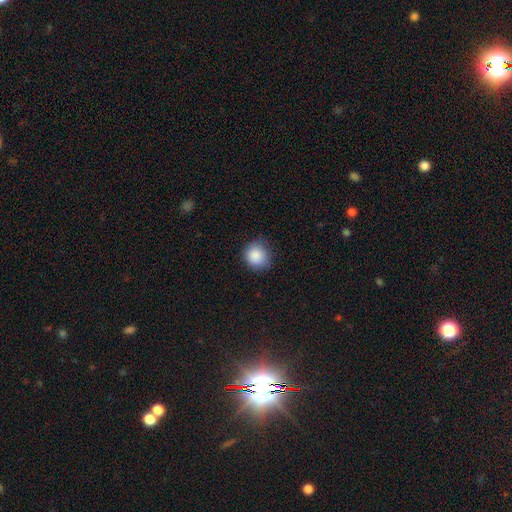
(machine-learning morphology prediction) This is clearly a smooth galaxy (88%). How rounded: clearly round (84%). Merging: likely none (74%).